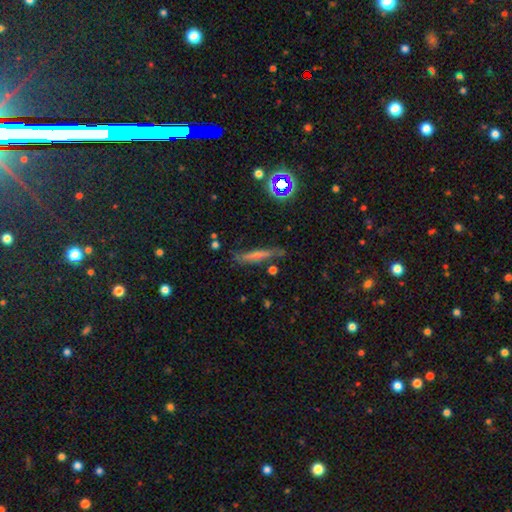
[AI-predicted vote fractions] featured or disk 45%, smooth 38%, star or artifact 17%. Down the decision tree: merging — none (72%).